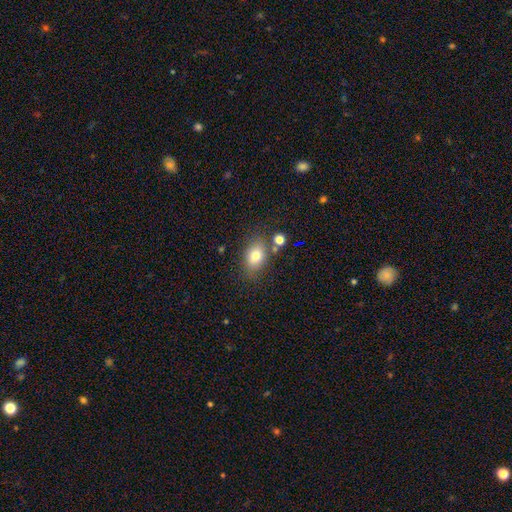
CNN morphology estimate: type=smooth (77%); roundness=in between (77%); merging=none (73%).